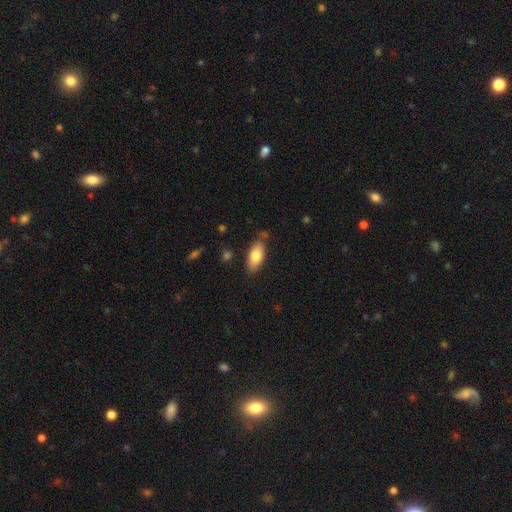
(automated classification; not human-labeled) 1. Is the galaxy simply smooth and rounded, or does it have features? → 80% smooth, 14% featured or disk, 6% star or artifact.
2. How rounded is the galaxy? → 85% in between, 13% cigar-shaped, 2% round.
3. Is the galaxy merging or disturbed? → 79% none, 14% minor disturbance, 4% merger, 3% major disturbance.